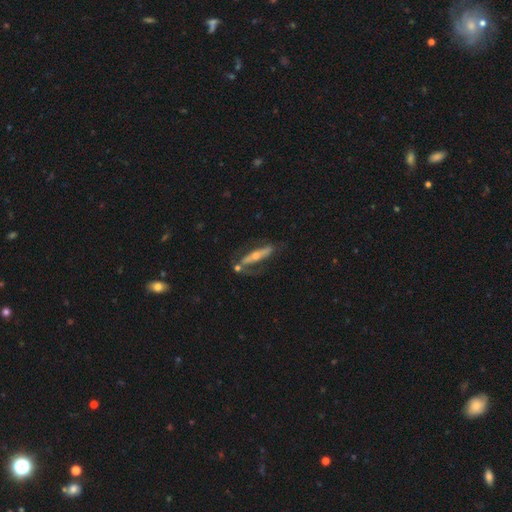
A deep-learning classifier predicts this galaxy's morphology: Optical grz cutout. It shows a featured or disk galaxy (65%) viewed edge-on (59%). Merging: none (52%).